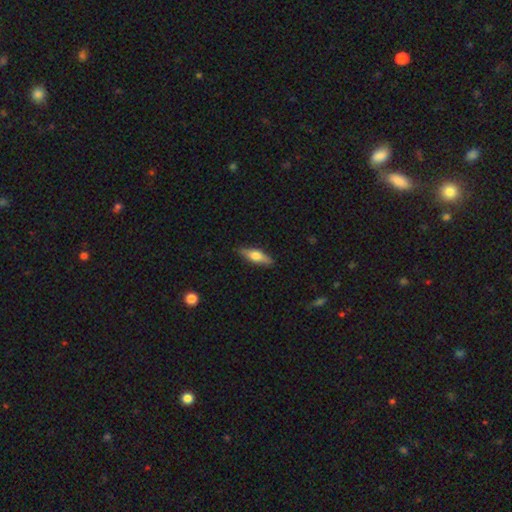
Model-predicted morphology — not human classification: smooth-or-featured: smooth: 52% | featured or disk: 42% | star or artifact: 6%
  how-rounded: cigar-shaped: 53% | in between: 44% | round: 3%
  merging: none: 88% | minor disturbance: 9% | major disturbance: 2% | merger: 1%